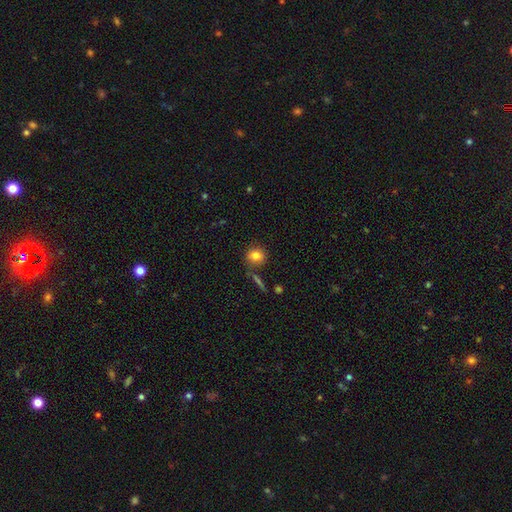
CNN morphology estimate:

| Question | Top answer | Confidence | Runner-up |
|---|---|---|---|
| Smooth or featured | smooth | 80% | star or artifact (10%) |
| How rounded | round | 81% | in between (17%) |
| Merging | none | 80% | minor disturbance (10%) |